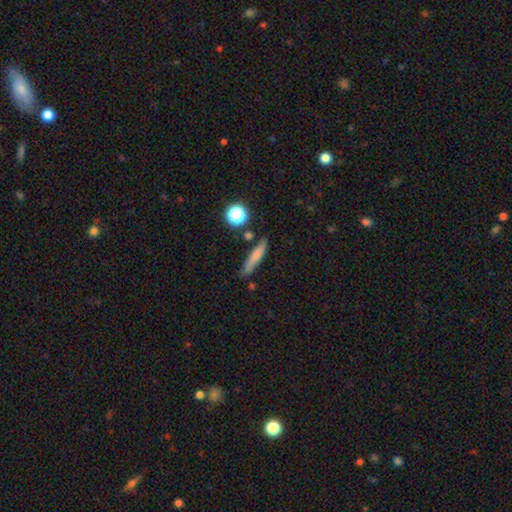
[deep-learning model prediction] A smooth galaxy with no disk features (71%) that is cigar-shaped (82%). Merging: none (78%).